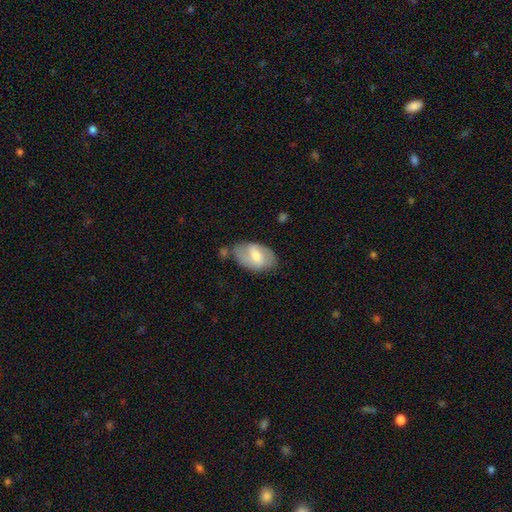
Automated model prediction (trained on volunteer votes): A featured or disk galaxy (53%) with a weak bar (49%), spiral arms (72%) and a moderate central bulge (52%). Merging: none (64%).